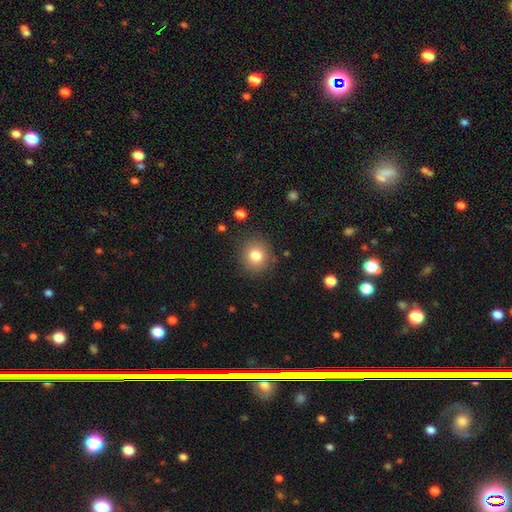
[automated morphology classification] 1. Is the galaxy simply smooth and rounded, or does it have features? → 80% smooth, 11% star or artifact, 9% featured or disk.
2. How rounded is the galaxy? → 87% round, 13% in between, 1% cigar-shaped.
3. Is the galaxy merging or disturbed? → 87% none, 9% minor disturbance, 3% major disturbance, 2% merger.